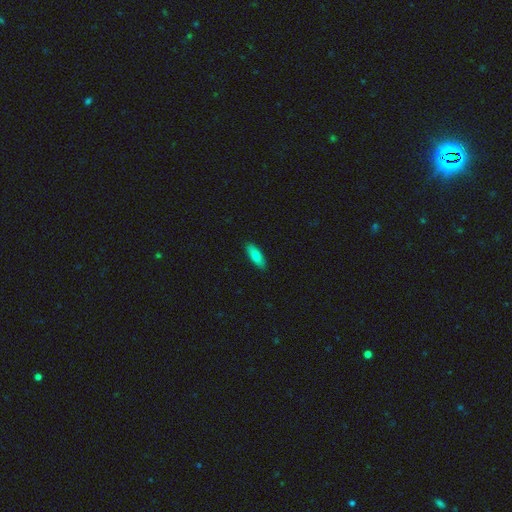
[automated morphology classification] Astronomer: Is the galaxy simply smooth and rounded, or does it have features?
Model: smooth — 81%.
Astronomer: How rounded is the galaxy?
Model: in between — 65%.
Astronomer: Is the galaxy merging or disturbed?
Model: none — 88%.